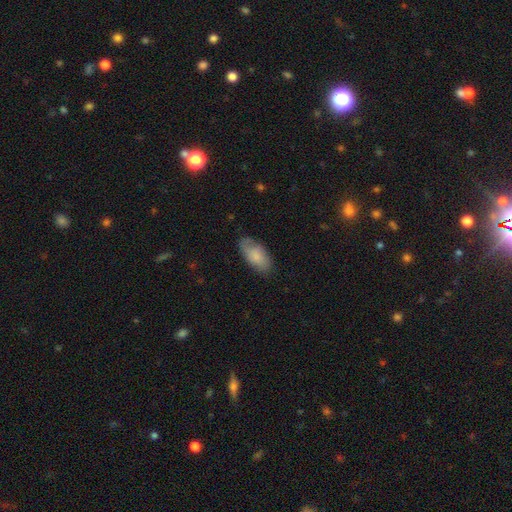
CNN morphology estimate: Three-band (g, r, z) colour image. It shows a smooth galaxy with no disk features (77%) that is in between round and cigar-shaped (92%). Merging: none (75%).